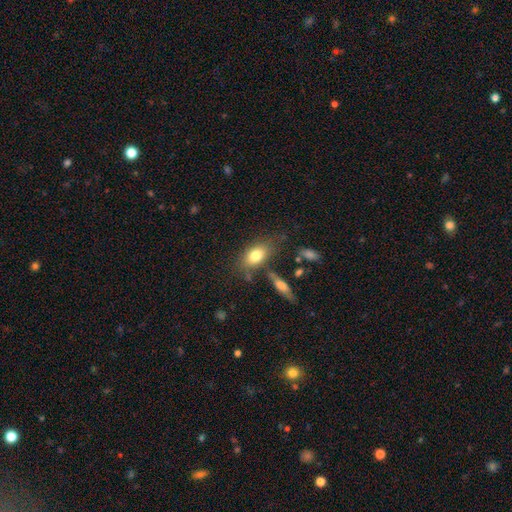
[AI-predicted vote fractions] smooth_or_featured: smooth (p=0.78) [alt: featured or disk p=0.14]
how_rounded: in between (p=0.84) [alt: round p=0.11]
merging: none (p=0.67) [alt: minor disturbance p=0.17]